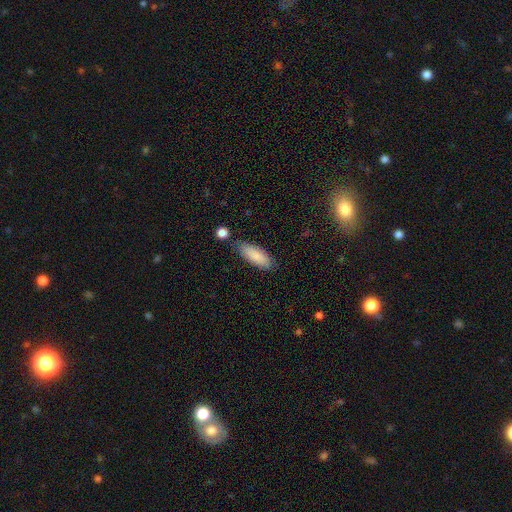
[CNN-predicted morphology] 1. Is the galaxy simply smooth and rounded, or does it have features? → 86% smooth, 8% featured or disk, 6% star or artifact.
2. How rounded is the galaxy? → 68% in between, 30% cigar-shaped, 2% round.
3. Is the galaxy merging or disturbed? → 76% none, 16% minor disturbance, 5% merger, 3% major disturbance.